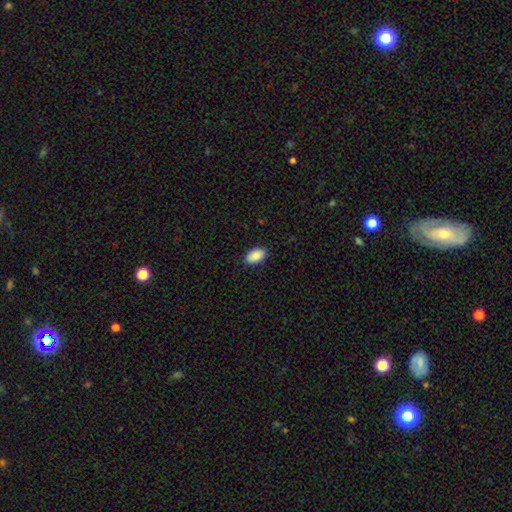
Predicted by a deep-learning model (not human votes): This appears to be a smooth galaxy with no disk features (90%) that is in between round and cigar-shaped (94%). Merging: none (89%).